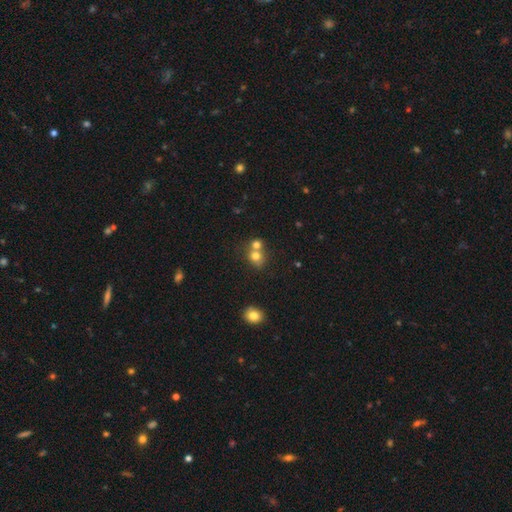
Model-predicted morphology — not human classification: Overall: smooth (75%). How rounded: round (75%). Merging: merger (50%; none 40%).